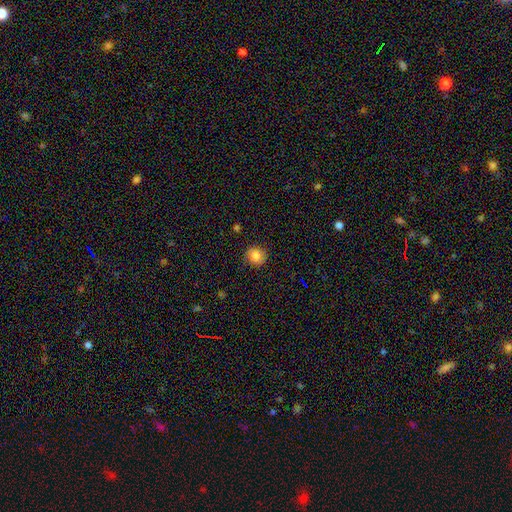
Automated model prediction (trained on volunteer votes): smooth-or-featured: smooth: 83% | star or artifact: 10% | featured or disk: 7%
  how-rounded: round: 88% | in between: 11% | cigar-shaped: 1%
  merging: none: 87% | minor disturbance: 9% | major disturbance: 2% | merger: 1%